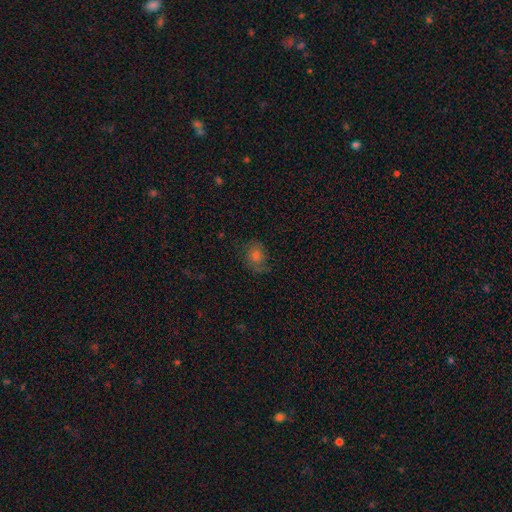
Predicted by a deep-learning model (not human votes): A smooth galaxy with no disk features (53%) that is round (55%). Merging: none (64%).